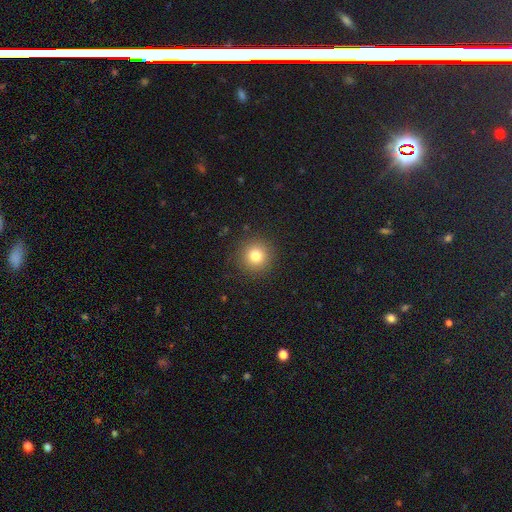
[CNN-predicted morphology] Smooth or featured?
  - smooth: 80% *
  - star or artifact: 13%
  - featured or disk: 7%
How rounded?
  - round: 94% *
  - in between: 5%
  - cigar-shaped: 1%
Merging?
  - none: 90% *
  - minor disturbance: 6%
  - major disturbance: 3%
  - merger: 1%